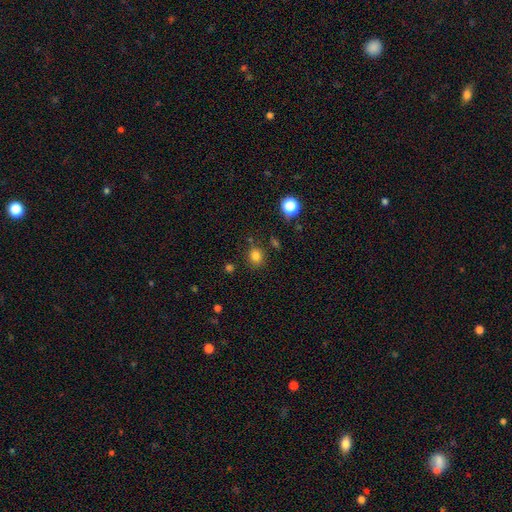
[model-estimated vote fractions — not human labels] This appears to be a smooth galaxy with no disk features (81%) that is round (76%). Merging: none (81%).